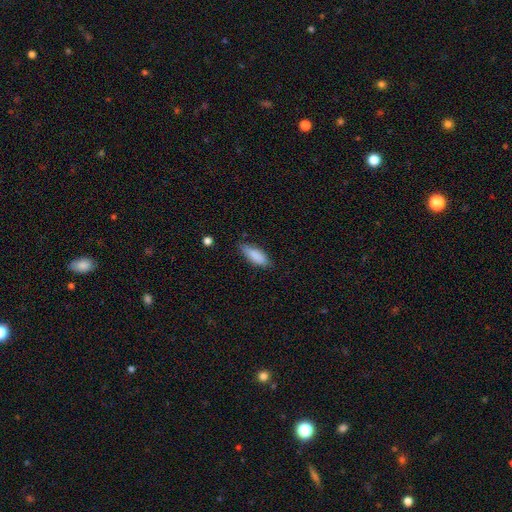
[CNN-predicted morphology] type=smooth (85%); roundness=in between (63%); merging=none (76%).